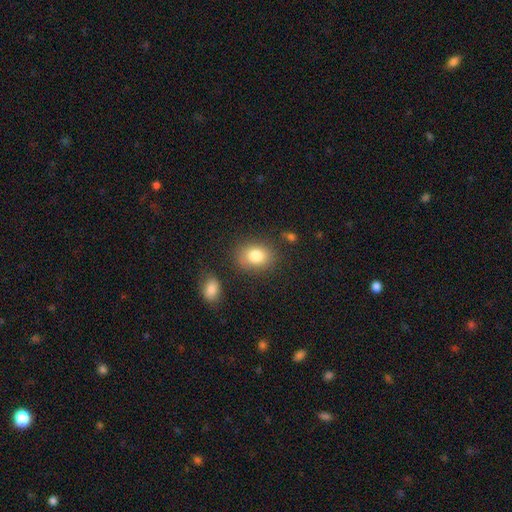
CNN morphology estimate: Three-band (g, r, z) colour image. It shows a smooth galaxy with no disk features (83%) that is in between round and cigar-shaped (59%). Merging: none (77%).